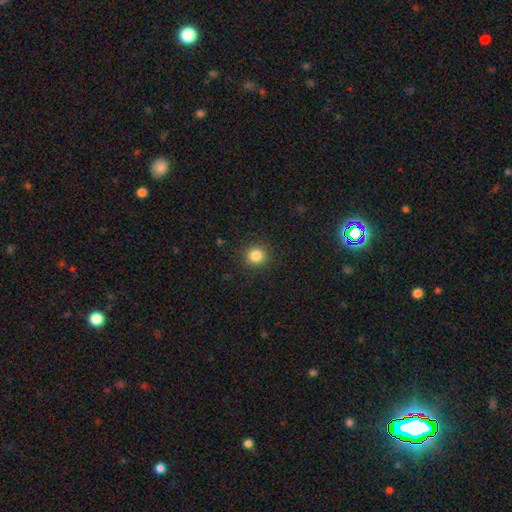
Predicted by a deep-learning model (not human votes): A smooth galaxy with no disk features (84%) that is round (91%). Merging: none (91%).